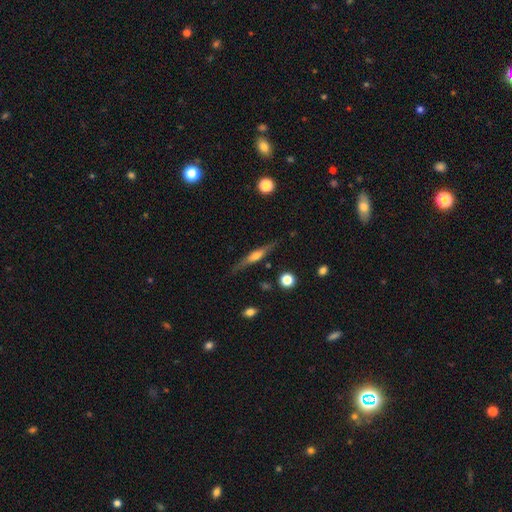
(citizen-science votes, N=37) featured or disk 68%, smooth 30%, star or artifact 3%. Down the decision tree: edge-on disk — yes (96%); edge-on bulge — rounded (83%); merging — none (81%).